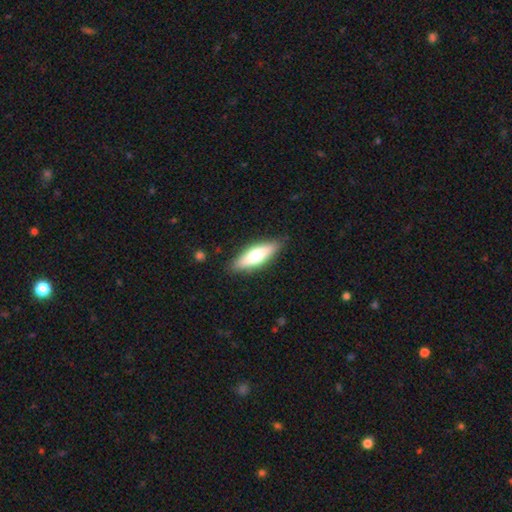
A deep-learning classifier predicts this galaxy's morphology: A smooth galaxy with no disk features (58%) that is cigar-shaped (50%). Merging: none (86%).